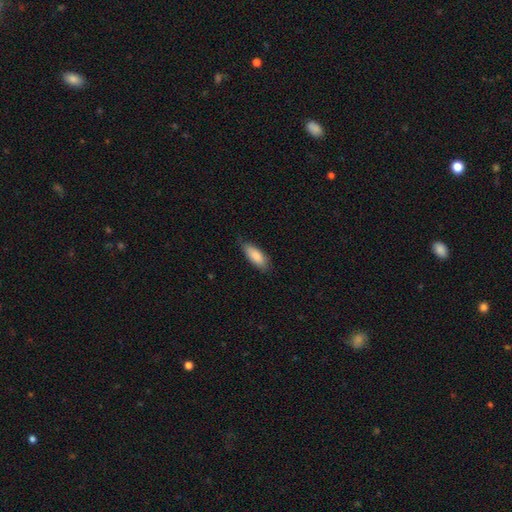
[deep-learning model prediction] This appears to be a smooth galaxy with no disk features (87%) that is in between round and cigar-shaped (75%). Merging: none (74%).